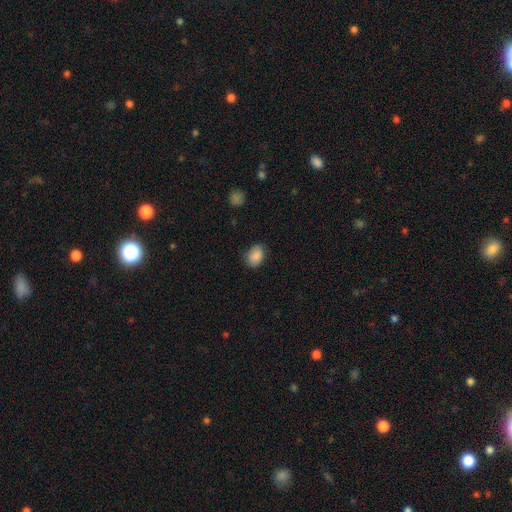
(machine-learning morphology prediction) Smooth or featured?
  - smooth: 88% *
  - star or artifact: 8%
  - featured or disk: 4%
How rounded?
  - in between: 73% *
  - round: 26%
  - cigar-shaped: 1%
Merging?
  - none: 79% *
  - minor disturbance: 16%
  - major disturbance: 3%
  - merger: 1%